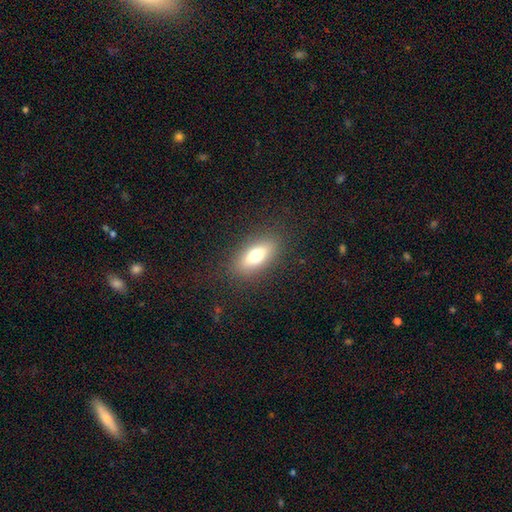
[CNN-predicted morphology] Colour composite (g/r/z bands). It shows a smooth galaxy with no disk features (70%) that is in between round and cigar-shaped (76%). Merging: none (86%).